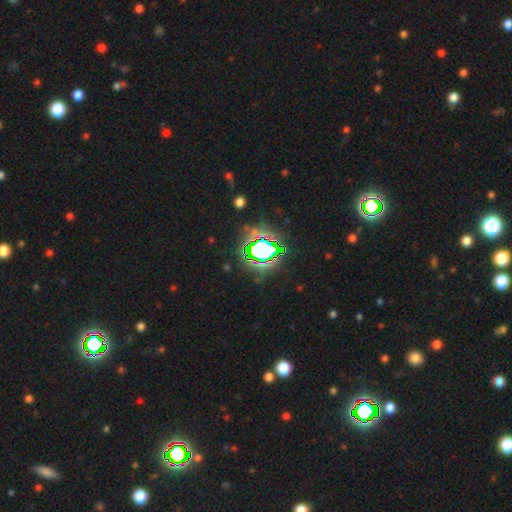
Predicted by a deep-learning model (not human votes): Smooth or featured? Predicted: star or artifact (p=0.81).